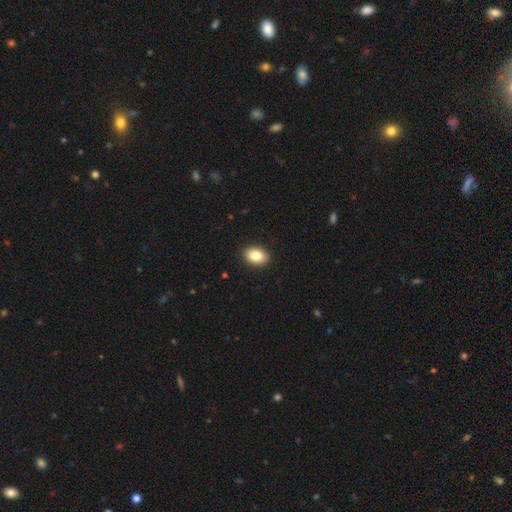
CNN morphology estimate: This is clearly a smooth galaxy (84%). How rounded: clearly in between (81%). Merging: clearly none (91%).